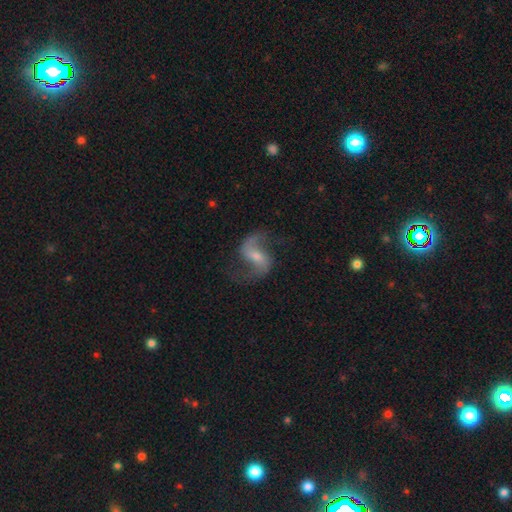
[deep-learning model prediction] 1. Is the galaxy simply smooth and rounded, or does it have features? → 87% featured or disk, 7% smooth, 6% star or artifact.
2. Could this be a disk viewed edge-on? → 97% no, 3% yes.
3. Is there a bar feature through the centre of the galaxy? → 47% weak, 27% strong, 25% no.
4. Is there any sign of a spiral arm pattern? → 97% yes, 3% no.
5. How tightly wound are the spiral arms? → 60% loose, 34% medium, 5% tight.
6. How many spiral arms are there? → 93% 2, 2% 1, 2% can't tell, 1% 3, 1% 4, 1% more than 4.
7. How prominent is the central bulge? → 48% small, 40% moderate, 7% none, 4% large, 1% dominant.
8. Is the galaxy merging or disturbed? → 77% none, 13% minor disturbance, 8% major disturbance, 2% merger.